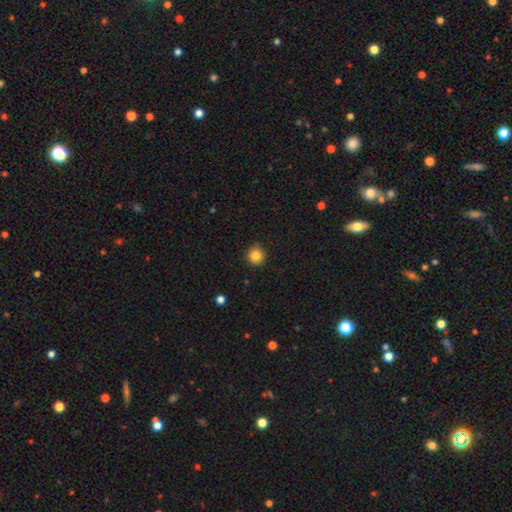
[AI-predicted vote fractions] Q: Smooth or featured?
A: smooth (85%); runner-up: star or artifact (11%)
Q: How rounded?
A: round (93%); runner-up: in between (6%)
Q: Merging?
A: none (90%); runner-up: minor disturbance (8%)